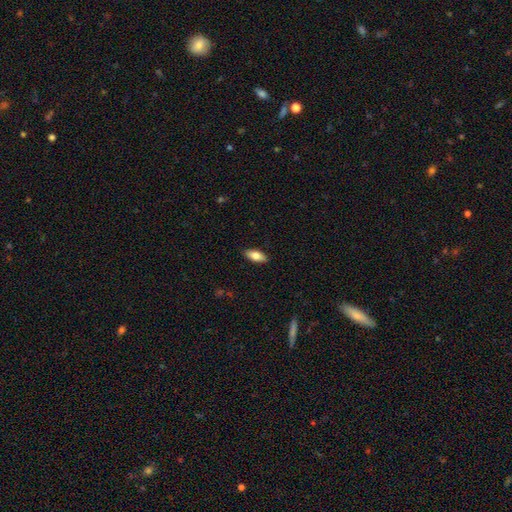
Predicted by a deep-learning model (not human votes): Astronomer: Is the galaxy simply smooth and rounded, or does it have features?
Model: smooth — 79%.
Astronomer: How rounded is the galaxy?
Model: in between — 84%.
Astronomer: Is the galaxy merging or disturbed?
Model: none — 89%.